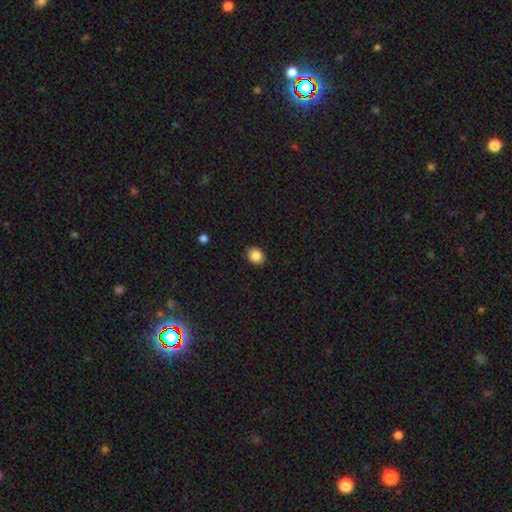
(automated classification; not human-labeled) Overall: smooth (86%). How rounded: round (54%; in between 45%). Merging: none (88%).